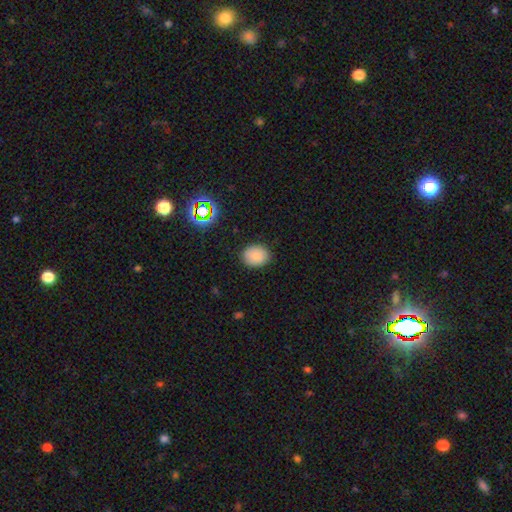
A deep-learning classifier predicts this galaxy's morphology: Smooth or featured? smooth (84%)
How rounded? in between (50%)
Merging? none (86%)